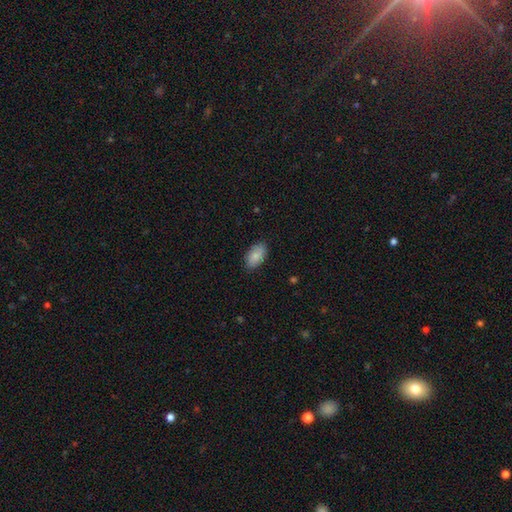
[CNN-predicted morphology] A smooth galaxy with no disk features (87%) that is in between round and cigar-shaped (94%).

Vote fractions:
- Smooth or featured? smooth: 87% / featured or disk: 7% / star or artifact: 6%
- How rounded? in between: 94% / round: 4% / cigar-shaped: 2%
- Merging? none: 85% / minor disturbance: 11% / major disturbance: 2% / merger: 1%